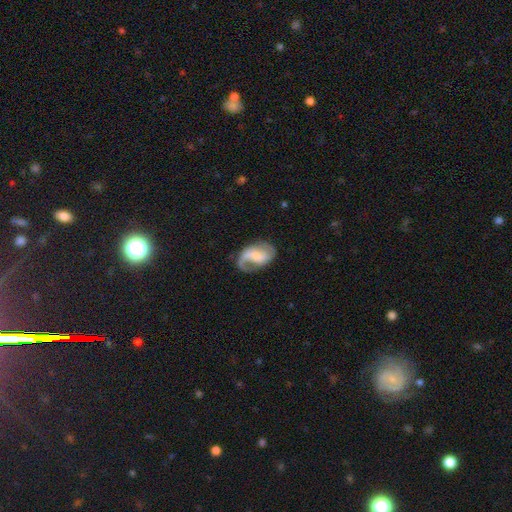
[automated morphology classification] Q: Smooth or featured?
A: featured or disk (77%); runner-up: smooth (17%)
Q: Edge-on disk?
A: no (97%); runner-up: yes (3%)
Q: Bar?
A: weak (46%); runner-up: no (37%)
Q: Spiral arms?
A: yes (93%); runner-up: no (7%)
Q: Spiral winding?
A: loose (46%); runner-up: medium (41%)
Q: Spiral arm count?
A: 2 (70%); runner-up: 1 (22%)
Q: Bulge size?
A: small (43%); runner-up: moderate (35%)
Q: Merging?
A: none (59%); runner-up: minor disturbance (22%)